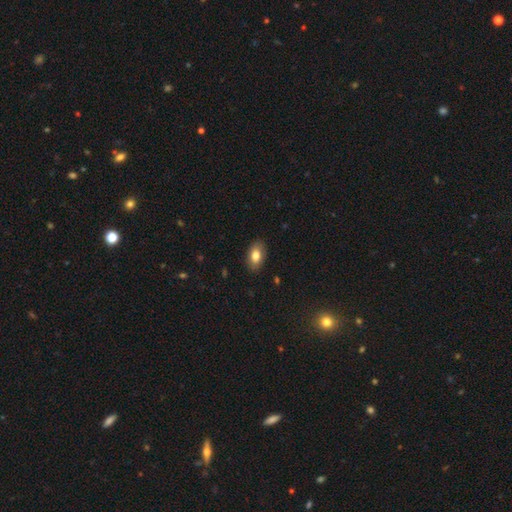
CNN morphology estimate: Smooth or featured?
  - smooth: 80% *
  - featured or disk: 13%
  - star or artifact: 7%
How rounded?
  - in between: 91% *
  - round: 7%
  - cigar-shaped: 2%
Merging?
  - none: 87% *
  - minor disturbance: 10%
  - major disturbance: 2%
  - merger: 1%